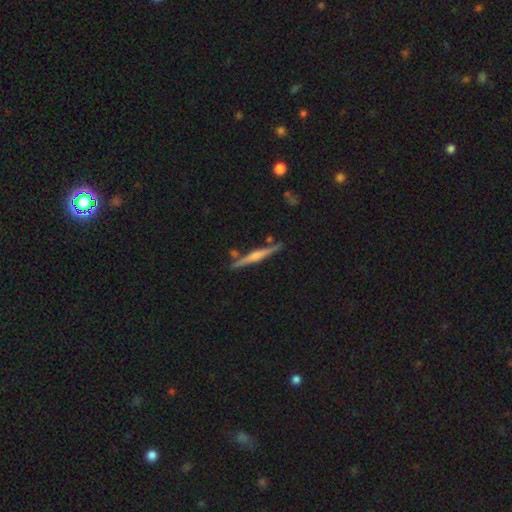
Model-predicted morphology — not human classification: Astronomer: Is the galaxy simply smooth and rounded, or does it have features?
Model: featured or disk — 73%.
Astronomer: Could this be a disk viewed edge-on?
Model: yes — 98%.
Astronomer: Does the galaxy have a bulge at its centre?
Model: rounded — 74%.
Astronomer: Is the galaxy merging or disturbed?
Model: none — 86%.